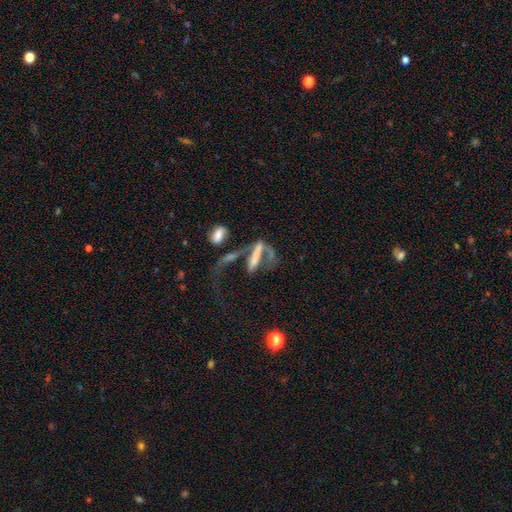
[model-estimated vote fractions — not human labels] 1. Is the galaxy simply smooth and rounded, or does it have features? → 45% featured or disk, 41% smooth, 13% star or artifact.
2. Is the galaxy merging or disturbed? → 38% major disturbance, 37% merger, 17% none, 9% minor disturbance.